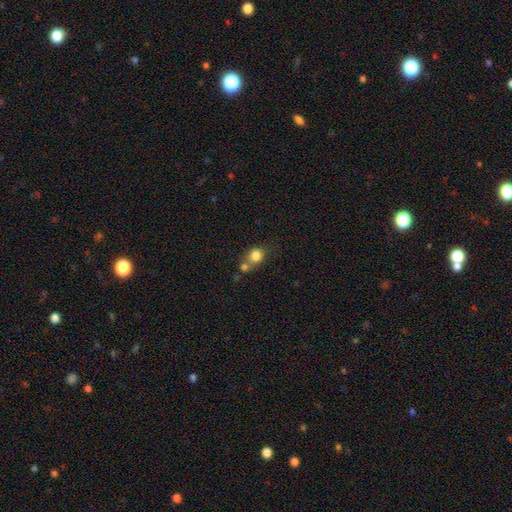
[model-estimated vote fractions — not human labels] Smooth or featured: smooth — 82% (star or artifact — 10%)
How rounded: round — 73% (in between — 26%)
Merging: none — 45% (merger — 41%)